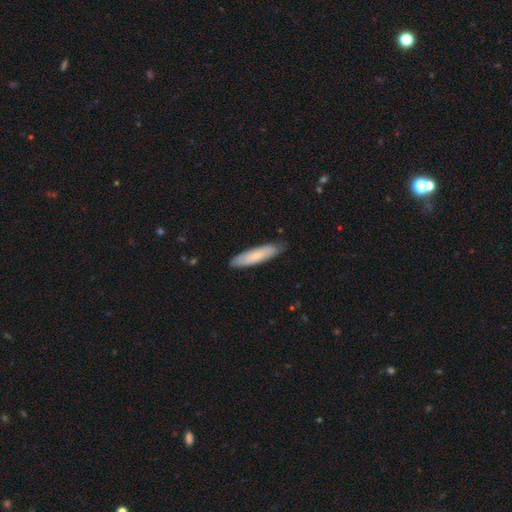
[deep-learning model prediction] Q: Smooth or featured?
A: smooth (71%); runner-up: featured or disk (23%)
Q: How rounded?
A: cigar-shaped (76%); runner-up: in between (23%)
Q: Merging?
A: none (84%); runner-up: minor disturbance (13%)